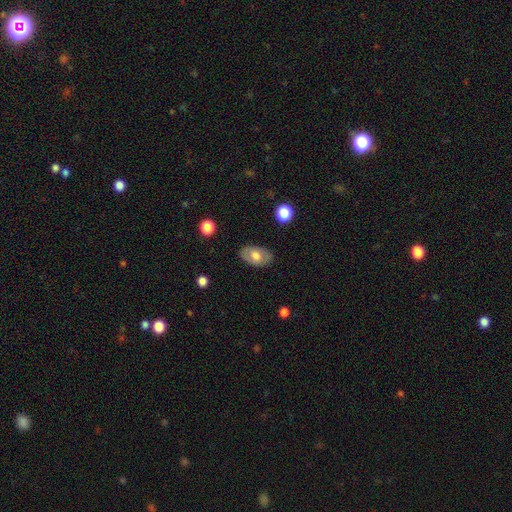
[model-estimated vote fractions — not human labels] Q: Smooth or featured?
A: smooth (60%); runner-up: featured or disk (33%)
Q: How rounded?
A: in between (89%); runner-up: round (10%)
Q: Merging?
A: none (82%); runner-up: minor disturbance (13%)